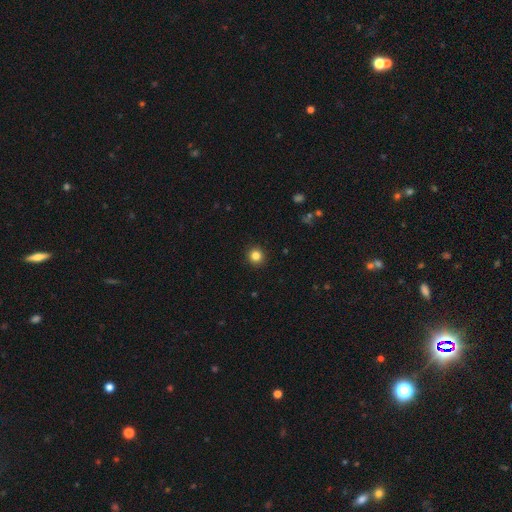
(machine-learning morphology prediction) smooth 84%, star or artifact 12%, featured or disk 5%. Down the decision tree: how rounded — round (94%); merging — none (93%).